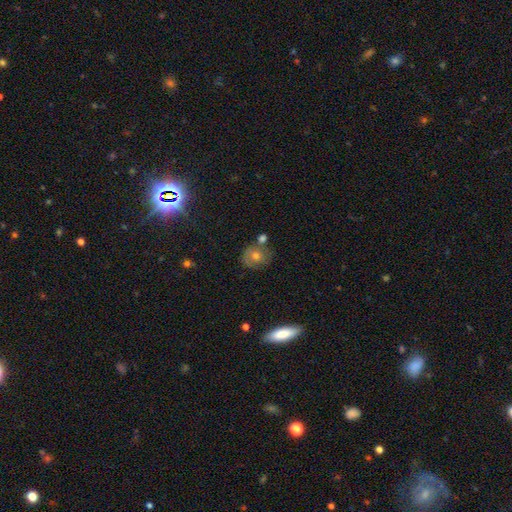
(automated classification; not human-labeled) smooth 50%, featured or disk 32%, star or artifact 18%. Down the decision tree: how rounded — round (68%); merging — none (70%).